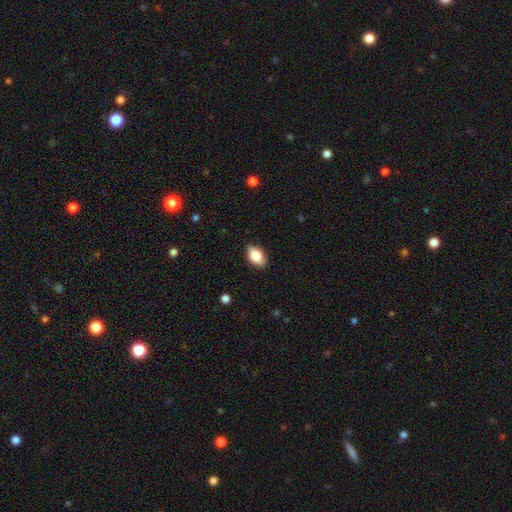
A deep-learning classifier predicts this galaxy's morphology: This is clearly a smooth galaxy (82%). How rounded: clearly in between (89%). Merging: clearly none (85%).